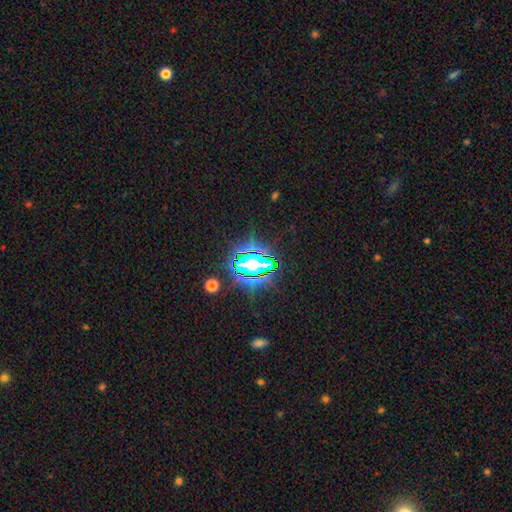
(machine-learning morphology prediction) smooth-or-featured: star or artifact: 84% | smooth: 9% | featured or disk: 7%